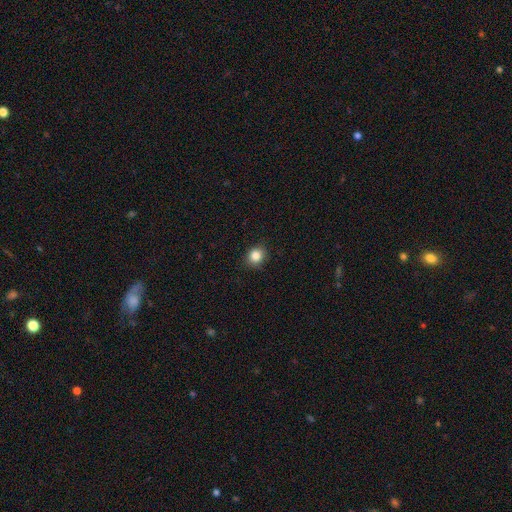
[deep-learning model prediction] Morphology: type=smooth (85%); roundness=round (77%); merging=none (88%).